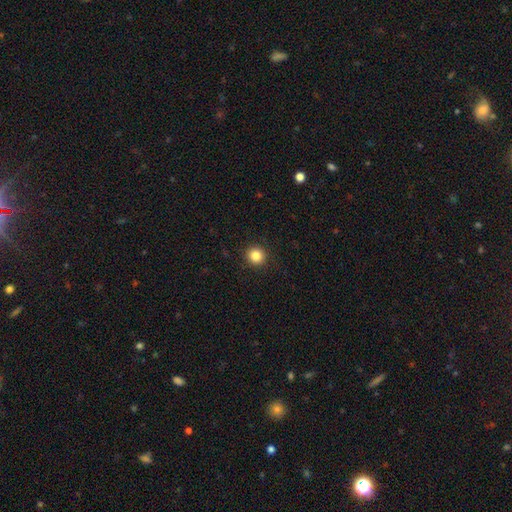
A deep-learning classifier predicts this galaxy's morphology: This is clearly a smooth galaxy (85%). How rounded: clearly round (94%). Merging: clearly none (92%).